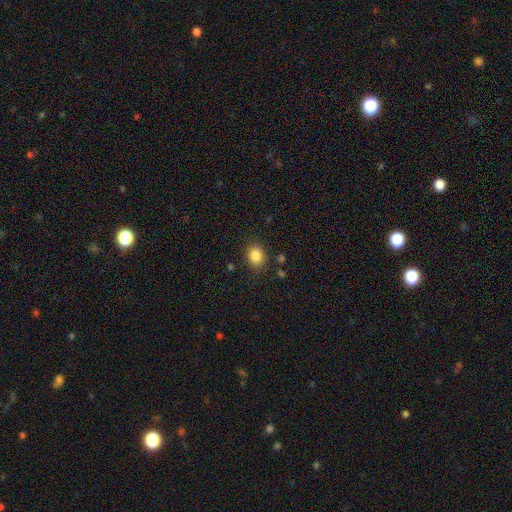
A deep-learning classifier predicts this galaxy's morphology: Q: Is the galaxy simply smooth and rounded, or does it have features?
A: smooth — 84%.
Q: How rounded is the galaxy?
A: round — 56%.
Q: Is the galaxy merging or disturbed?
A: none — 84%.